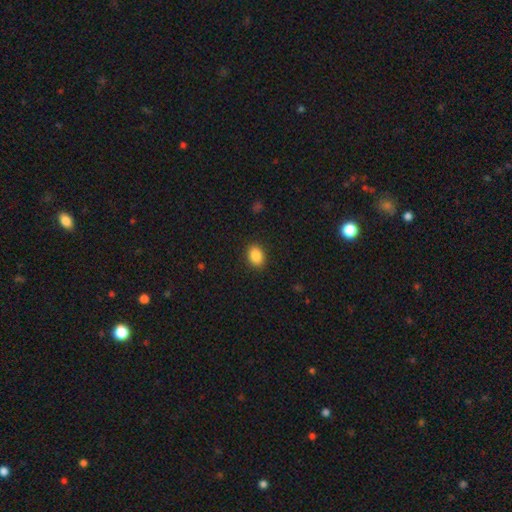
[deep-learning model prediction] Smooth or featured: smooth — 87% (star or artifact — 9%)
How rounded: in between — 70% (round — 29%)
Merging: none — 89% (minor disturbance — 7%)